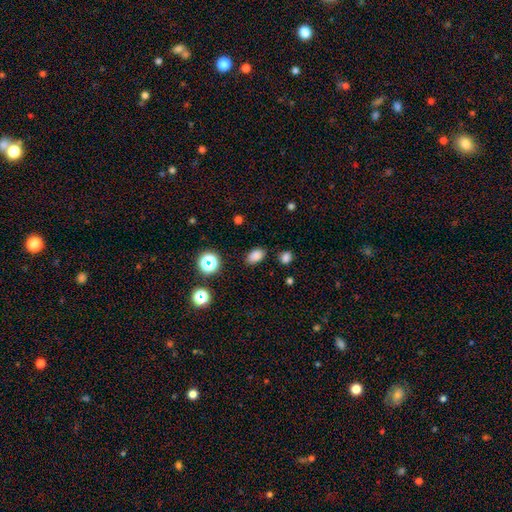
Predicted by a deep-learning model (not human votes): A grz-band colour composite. It shows a smooth galaxy with no disk features (81%) that is in between round and cigar-shaped (84%). Merging: none (82%).